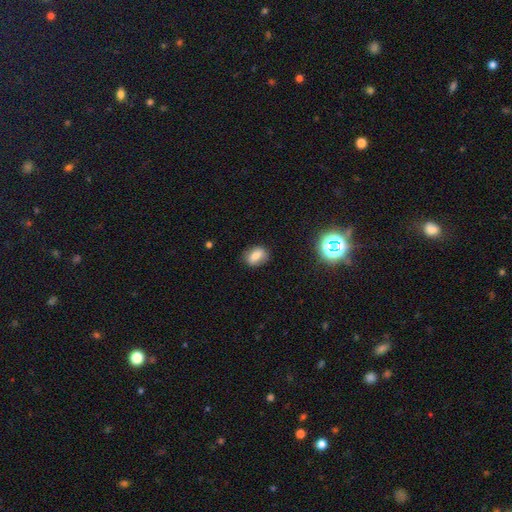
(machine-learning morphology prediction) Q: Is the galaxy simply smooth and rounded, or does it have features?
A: smooth — 72%.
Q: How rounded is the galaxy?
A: in between — 70%.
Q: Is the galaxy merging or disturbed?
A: none — 80%.